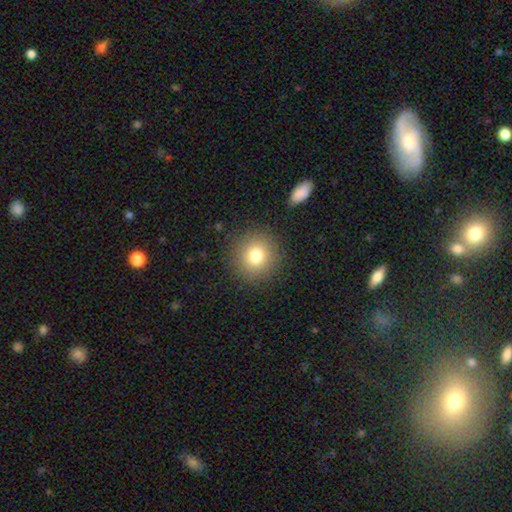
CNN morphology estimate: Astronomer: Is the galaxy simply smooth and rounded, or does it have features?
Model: smooth — 78%.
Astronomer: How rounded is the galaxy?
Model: round — 92%.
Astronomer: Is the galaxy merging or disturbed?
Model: none — 89%.